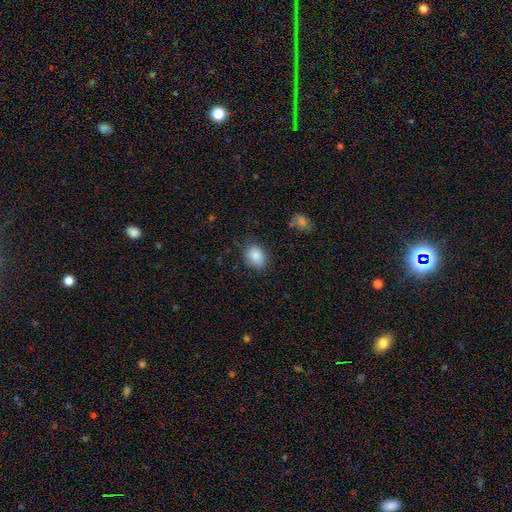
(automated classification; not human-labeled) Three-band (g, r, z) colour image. It shows a smooth galaxy with no disk features (86%) that is in between round and cigar-shaped (65%). Merging: none (75%).